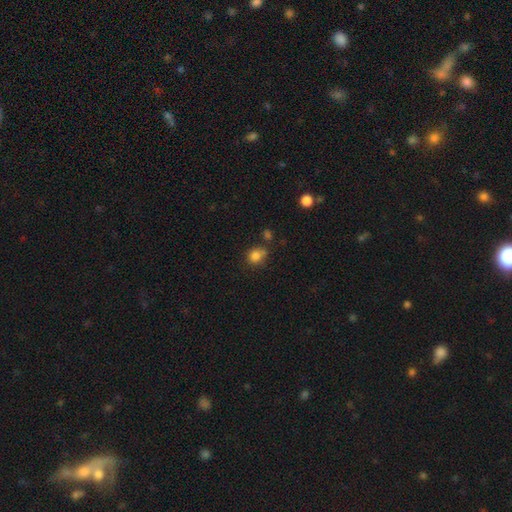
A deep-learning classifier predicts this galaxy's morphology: Q: Smooth or featured?
A: smooth (82%); runner-up: star or artifact (11%)
Q: How rounded?
A: round (73%); runner-up: in between (26%)
Q: Merging?
A: none (60%); runner-up: minor disturbance (21%)